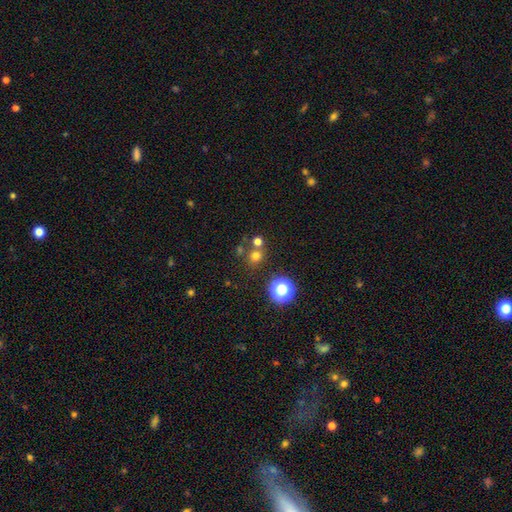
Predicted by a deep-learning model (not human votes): smooth 68%, star or artifact 23%, featured or disk 8%. Down the decision tree: how rounded — round (87%); merging — none (67%).